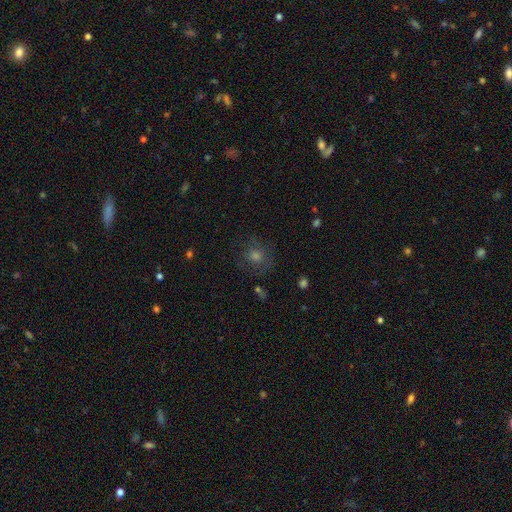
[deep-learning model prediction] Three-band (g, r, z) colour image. It shows a smooth galaxy with no disk features (46%). Merging: none (77%).